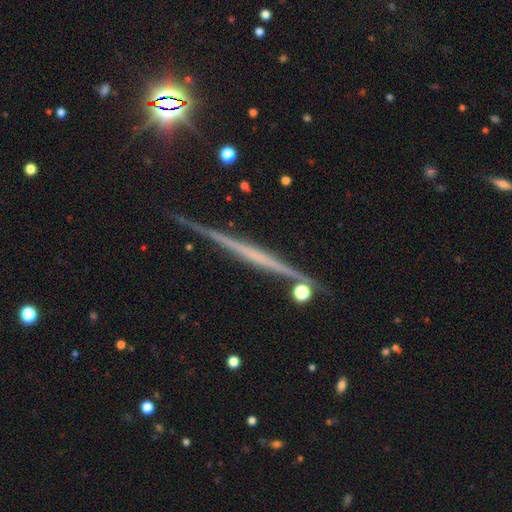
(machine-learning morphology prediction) Smooth or featured: featured or disk — 66% (smooth — 23%)
Edge-on disk: yes — 98% (no — 2%)
Edge-on bulge: none — 84% (rounded — 10%)
Merging: none — 84% (minor disturbance — 11%)